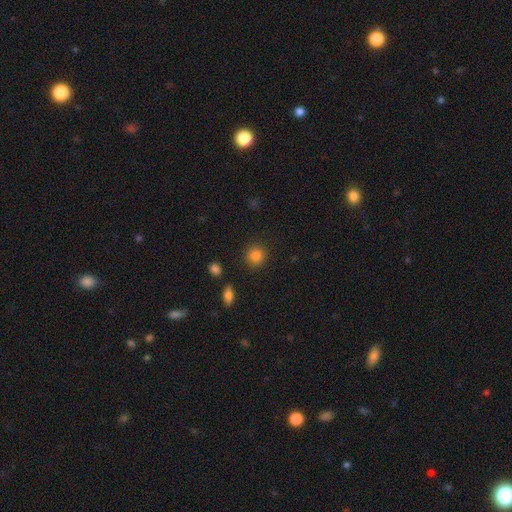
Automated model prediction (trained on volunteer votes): A smooth galaxy with no disk features (84%) that is round (88%).

Vote fractions:
- Smooth or featured? smooth: 84% / star or artifact: 10% / featured or disk: 5%
- How rounded? round: 88% / in between: 11% / cigar-shaped: 1%
- Merging? none: 89% / minor disturbance: 7% / major disturbance: 2% / merger: 2%